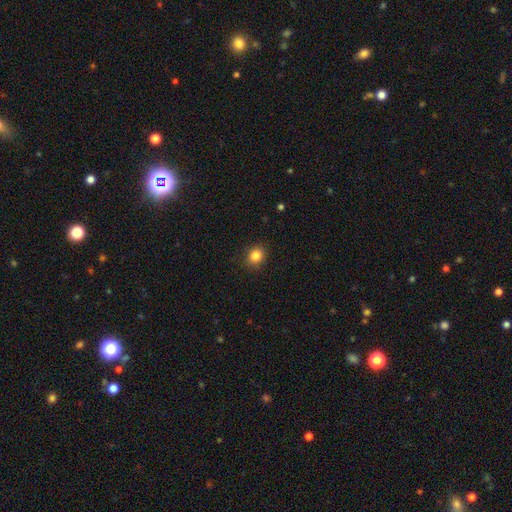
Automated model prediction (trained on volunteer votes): Morphology: type=smooth (85%); roundness=round (67%); merging=none (89%).